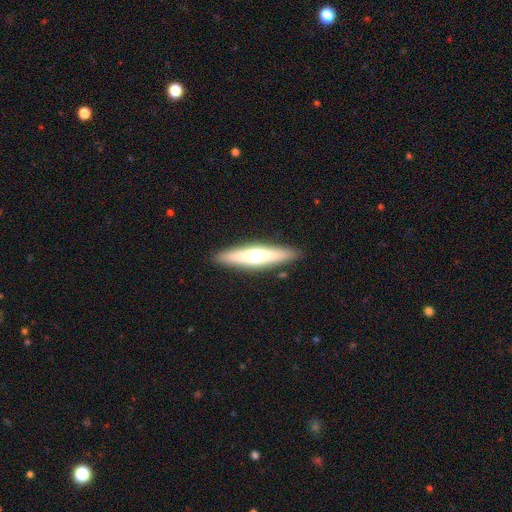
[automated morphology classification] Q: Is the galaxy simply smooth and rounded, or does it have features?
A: featured or disk — 48%.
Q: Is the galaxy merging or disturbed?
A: none — 89%.